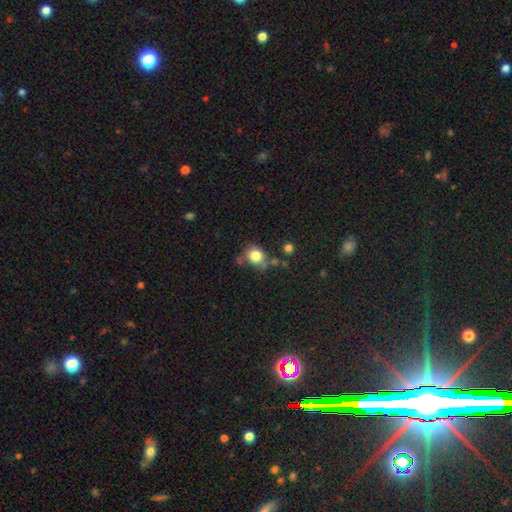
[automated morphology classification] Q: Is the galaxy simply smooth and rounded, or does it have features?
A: smooth — 79%.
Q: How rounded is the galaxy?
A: round — 67%.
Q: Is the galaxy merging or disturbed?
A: none — 60%.